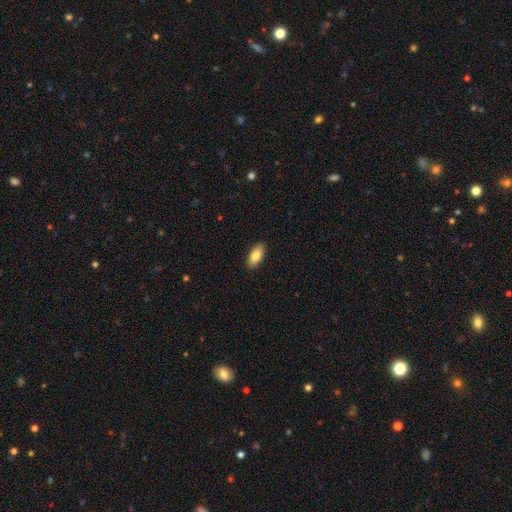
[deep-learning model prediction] The model was most divided on "smooth or featured": smooth: 83%, featured or disk: 11%, star or artifact: 6%. More confident: merging — none (90%); how rounded — in between (87%).